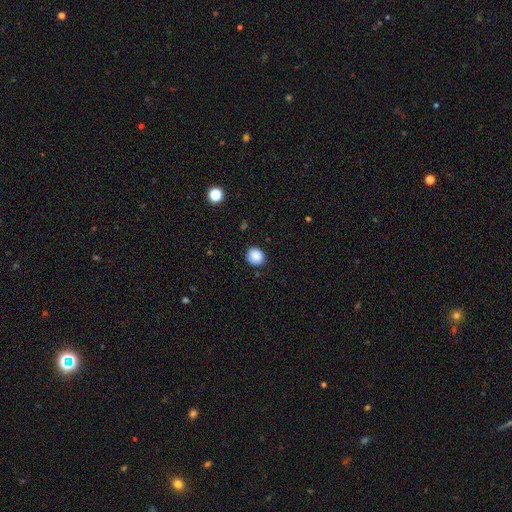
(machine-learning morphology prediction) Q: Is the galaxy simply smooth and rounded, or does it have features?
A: smooth — 87%.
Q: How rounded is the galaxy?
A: round — 76%.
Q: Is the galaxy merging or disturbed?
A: none — 84%.